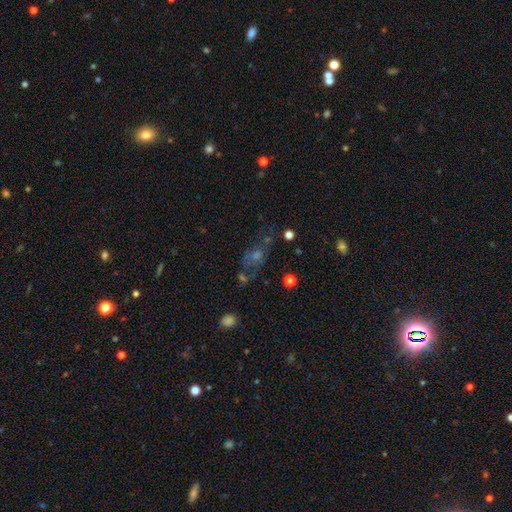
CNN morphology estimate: The model was most divided on "smooth or featured": star or artifact: 34%, featured or disk: 33%, smooth: 33%.